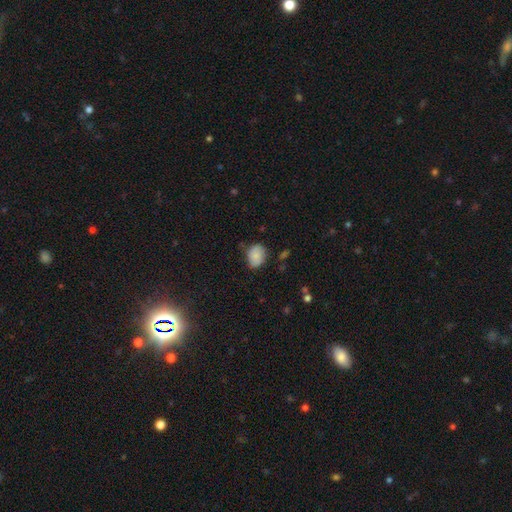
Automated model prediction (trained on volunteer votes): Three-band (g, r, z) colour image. It shows a smooth galaxy with no disk features (78%) that is in between round and cigar-shaped (60%). Merging: none (66%).